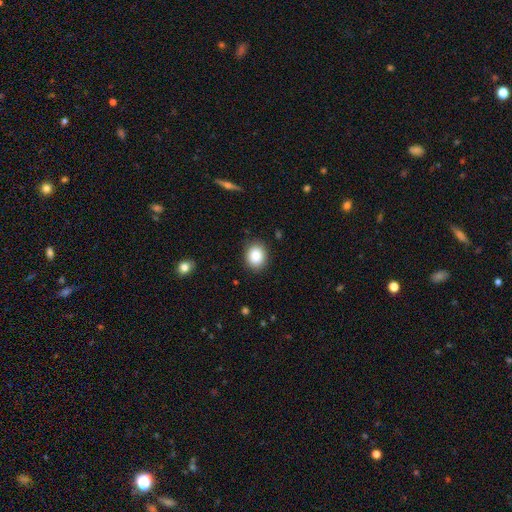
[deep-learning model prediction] Morphology: type=smooth (85%); roundness=round (60%); merging=none (88%).